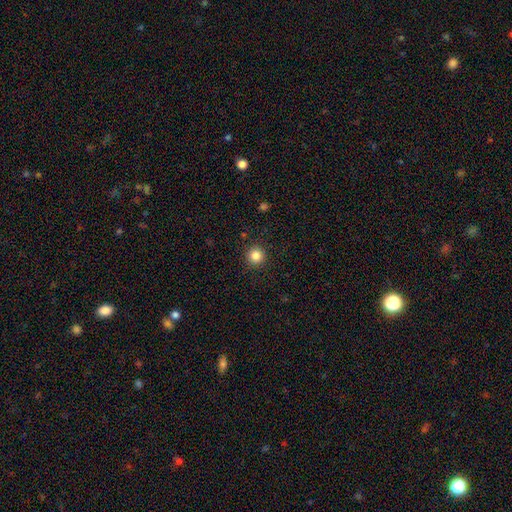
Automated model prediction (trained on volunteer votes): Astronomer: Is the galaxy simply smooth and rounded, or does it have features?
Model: smooth — 84%.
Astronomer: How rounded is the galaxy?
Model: round — 95%.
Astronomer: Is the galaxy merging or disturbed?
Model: none — 92%.